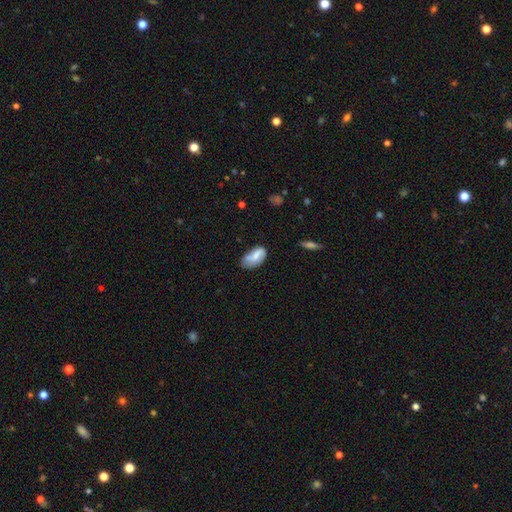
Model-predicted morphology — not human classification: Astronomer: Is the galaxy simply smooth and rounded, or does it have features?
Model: smooth — 65%.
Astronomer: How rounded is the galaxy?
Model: in between — 93%.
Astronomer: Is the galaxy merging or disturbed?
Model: none — 46% (runner-up: minor disturbance, 34%).